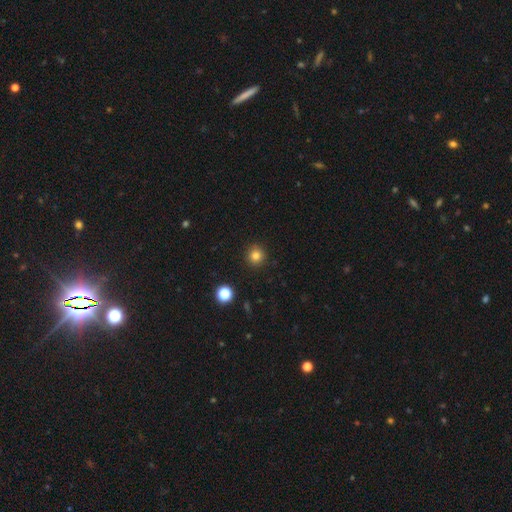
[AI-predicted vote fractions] Overall: smooth (81%). How rounded: round (94%). Merging: none (92%).